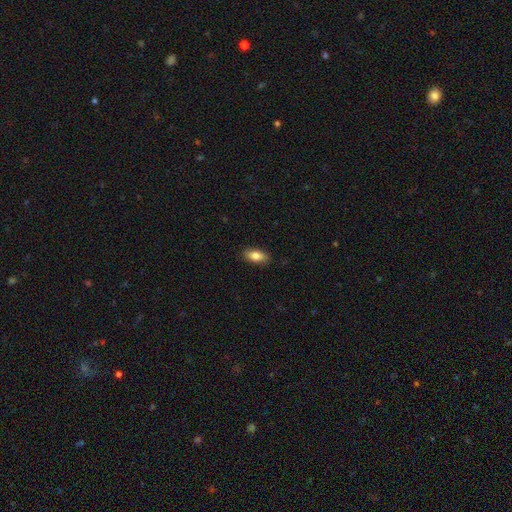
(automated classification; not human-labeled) Smooth or featured? Predicted: smooth (p=0.82). How rounded? Predicted: in between (p=0.88). Merging? Predicted: none (p=0.87).